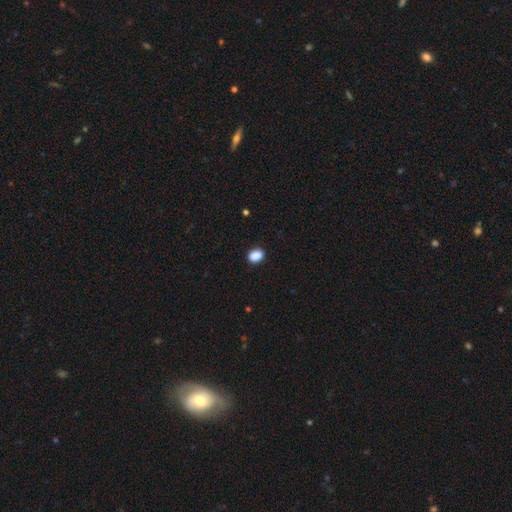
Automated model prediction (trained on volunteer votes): Smooth or featured: smooth — 88% (star or artifact — 9%)
How rounded: in between — 70% (round — 28%)
Merging: none — 86% (minor disturbance — 10%)